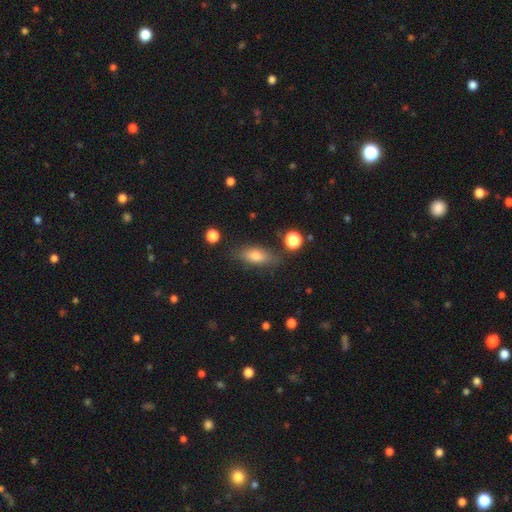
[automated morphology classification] A smooth galaxy with no disk features (73%) that is in between round and cigar-shaped (75%).

Vote fractions:
- Smooth or featured? smooth: 73% / featured or disk: 18% / star or artifact: 9%
- How rounded? in between: 75% / cigar-shaped: 21% / round: 5%
- Merging? none: 76% / minor disturbance: 16% / major disturbance: 5% / merger: 4%